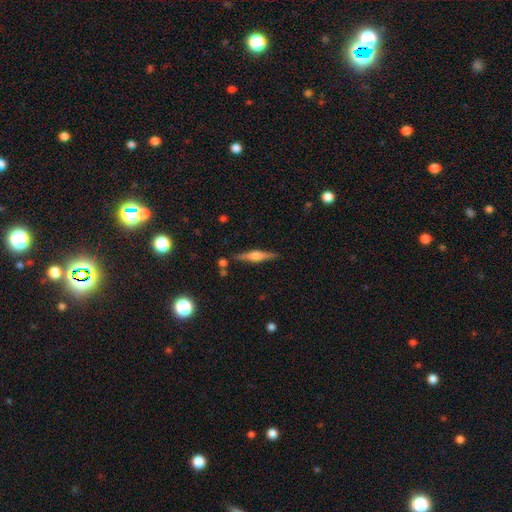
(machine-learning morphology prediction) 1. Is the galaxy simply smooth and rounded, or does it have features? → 69% featured or disk, 25% smooth, 7% star or artifact.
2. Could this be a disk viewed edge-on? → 97% yes, 3% no.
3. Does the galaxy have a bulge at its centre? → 83% rounded, 14% boxy, 4% none.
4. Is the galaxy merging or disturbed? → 86% none, 9% minor disturbance, 3% merger, 2% major disturbance.